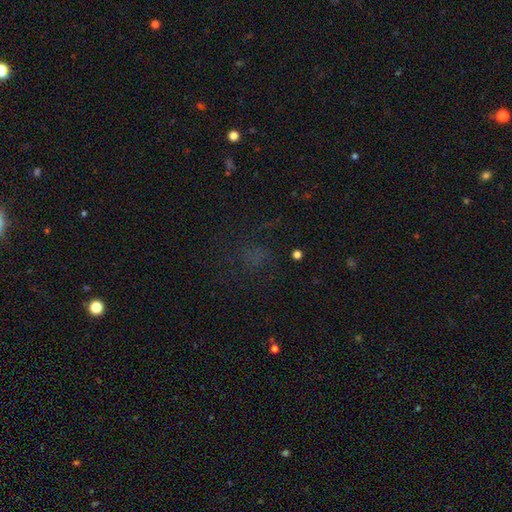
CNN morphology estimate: Smooth or featured? star or artifact (45%)